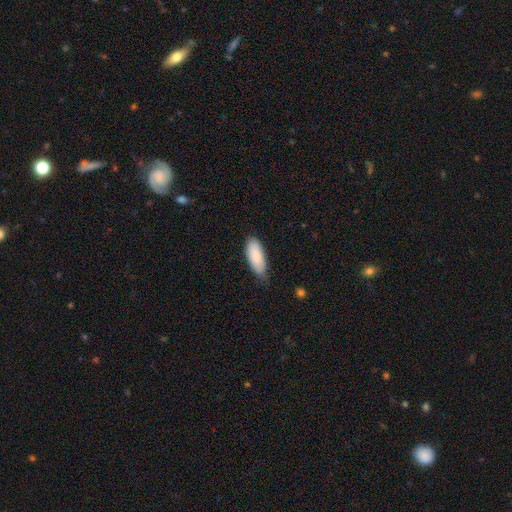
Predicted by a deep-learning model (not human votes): A smooth galaxy with no disk features (88%) that is in between round and cigar-shaped (77%).

Vote fractions:
- Smooth or featured? smooth: 88% / featured or disk: 6% / star or artifact: 6%
- How rounded? in between: 77% / cigar-shaped: 21% / round: 2%
- Merging? none: 72% / minor disturbance: 24% / major disturbance: 3% / merger: 1%